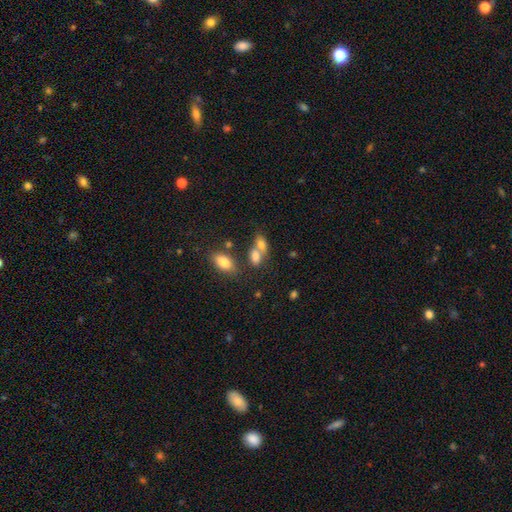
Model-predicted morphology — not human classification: Overall: smooth (76%). How rounded: in between (79%). Merging: merger (54%; none 31%).